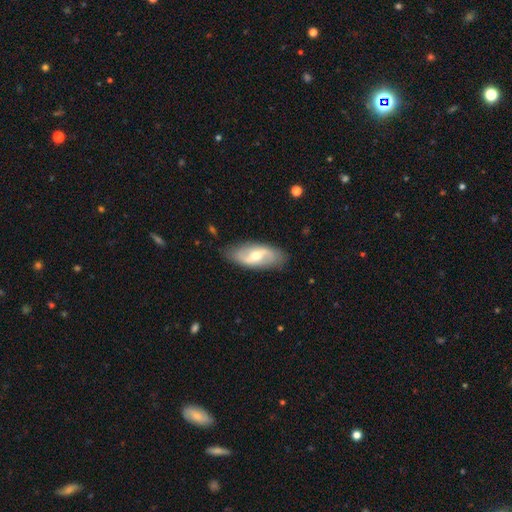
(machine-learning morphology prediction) Overall: featured or disk (68%). Edge-on disk: no (91%). Bar: weak (49%; no 28%). Spiral arms: yes (81%). Spiral arm count: 2 (88%). Spiral winding: loose (56%; medium 31%). Bulge size: moderate (63%; small 29%). Merging: none (83%).